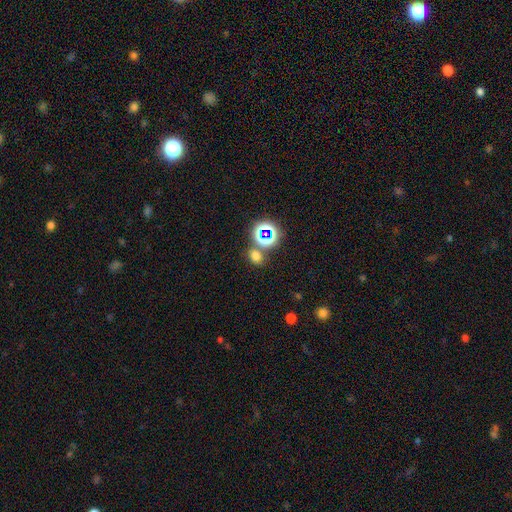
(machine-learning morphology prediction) This is likely a smooth galaxy (63%). How rounded: possibly in between (50%). Merging: likely none (68%).